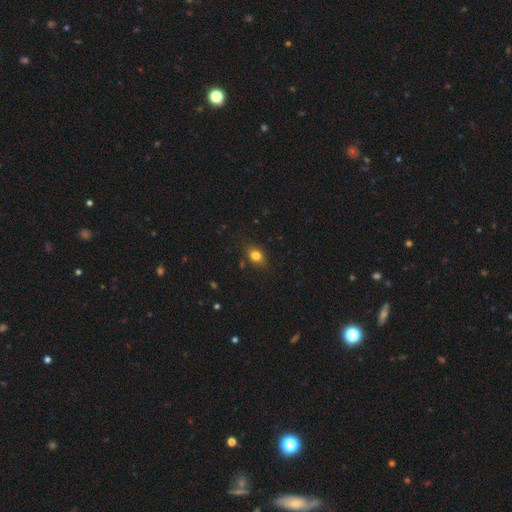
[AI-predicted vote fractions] Q: Smooth or featured?
A: smooth (79%); runner-up: star or artifact (11%)
Q: How rounded?
A: in between (66%); runner-up: round (31%)
Q: Merging?
A: none (78%); runner-up: minor disturbance (16%)